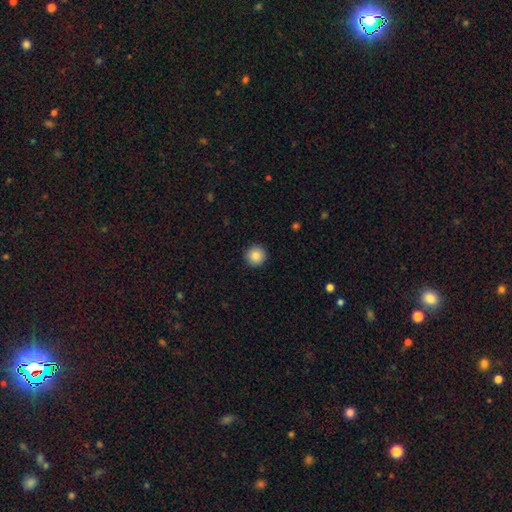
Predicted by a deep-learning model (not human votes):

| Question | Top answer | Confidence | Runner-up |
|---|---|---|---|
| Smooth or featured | smooth | 85% | star or artifact (9%) |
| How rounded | round | 96% | in between (3%) |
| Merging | none | 92% | minor disturbance (5%) |